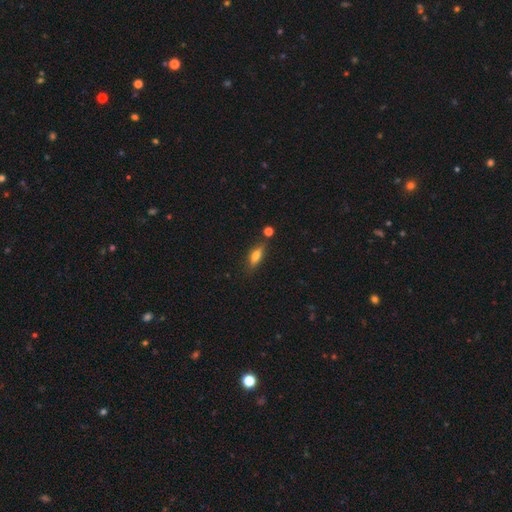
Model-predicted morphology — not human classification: smooth 66%, featured or disk 25%, star or artifact 9%. Down the decision tree: how rounded — in between (58%); merging — none (76%).